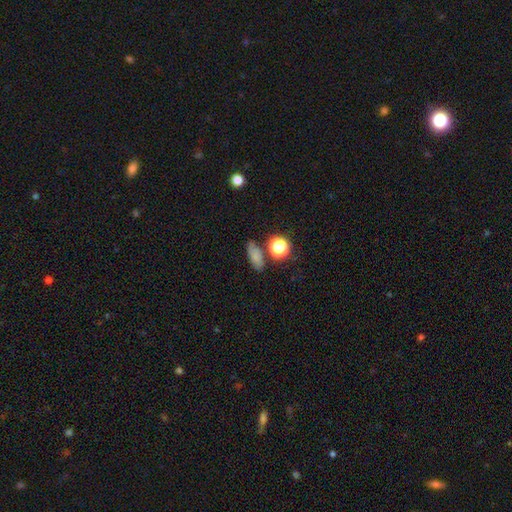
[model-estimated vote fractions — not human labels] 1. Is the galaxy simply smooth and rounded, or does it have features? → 73% smooth, 16% star or artifact, 12% featured or disk.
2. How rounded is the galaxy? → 69% in between, 19% round, 13% cigar-shaped.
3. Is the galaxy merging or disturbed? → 69% none, 17% minor disturbance, 8% merger, 5% major disturbance.